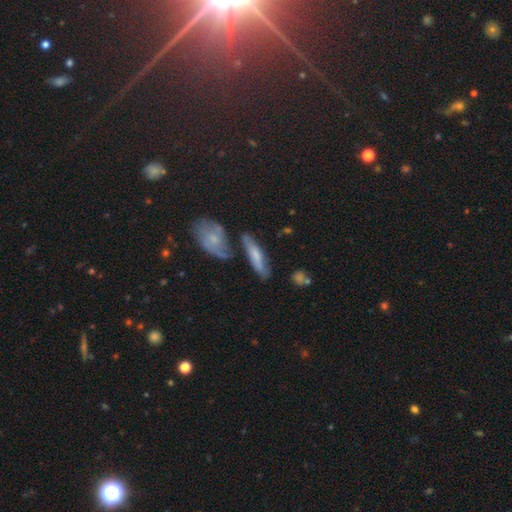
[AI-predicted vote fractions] This appears to be a smooth galaxy with no disk features (51%) that is cigar-shaped (65%). Merging: none (57%).